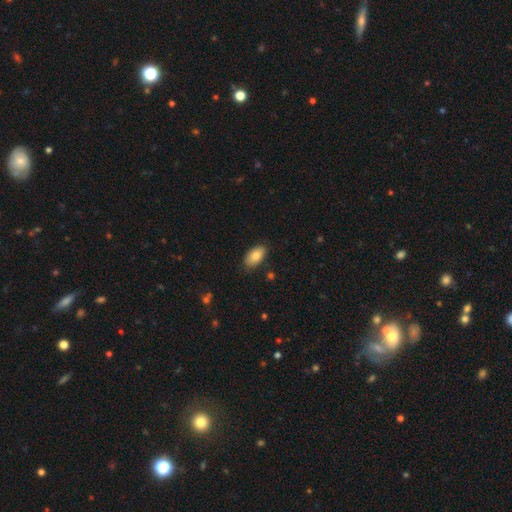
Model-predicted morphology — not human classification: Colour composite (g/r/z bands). It shows a smooth galaxy with no disk features (82%) that is in between round and cigar-shaped (94%). Merging: none (82%).